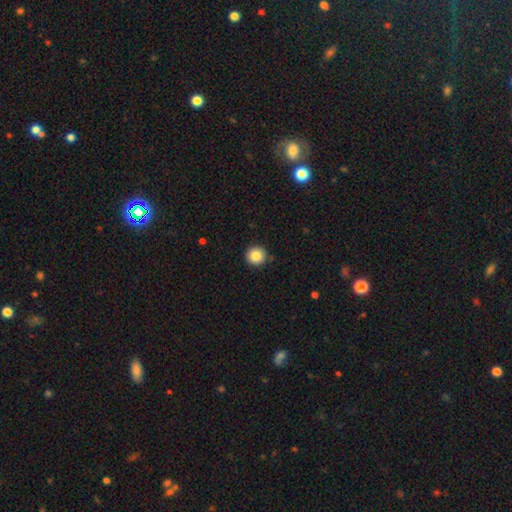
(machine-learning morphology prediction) A smooth galaxy with no disk features (85%) that is round (95%).

Vote fractions:
- Smooth or featured? smooth: 85% / star or artifact: 9% / featured or disk: 6%
- How rounded? round: 95% / in between: 4% / cigar-shaped: 1%
- Merging? none: 91% / minor disturbance: 6% / major disturbance: 2% / merger: 1%